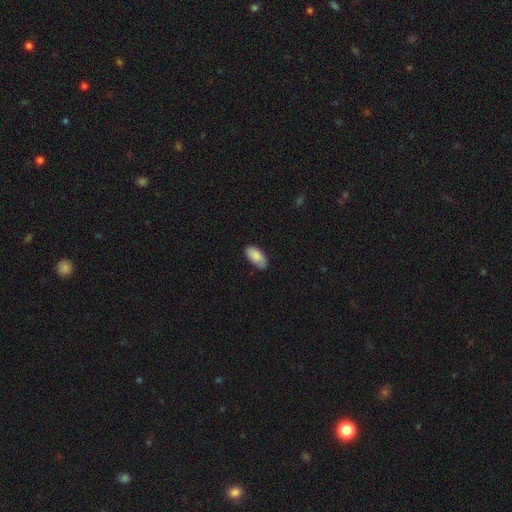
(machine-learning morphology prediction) This appears to be a smooth galaxy with no disk features (86%) that is in between round and cigar-shaped (95%). Merging: none (78%).